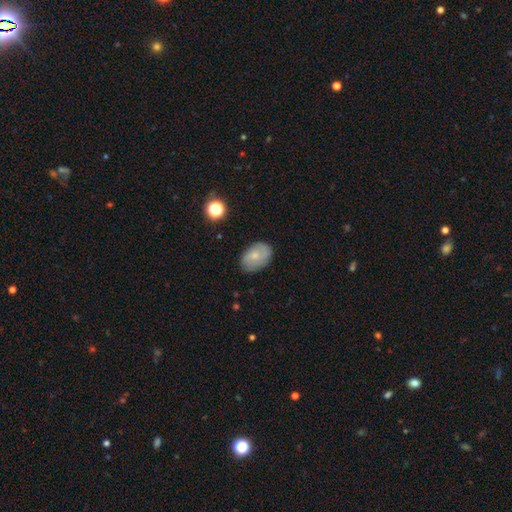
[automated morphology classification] Smooth or featured? smooth (66%)
How rounded? in between (81%)
Merging? none (79%)